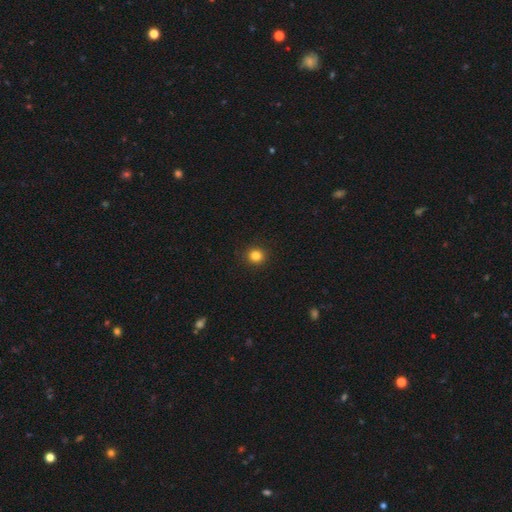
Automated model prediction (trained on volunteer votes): smooth 83%, star or artifact 12%, featured or disk 4%. Down the decision tree: how rounded — round (91%); merging — none (93%).